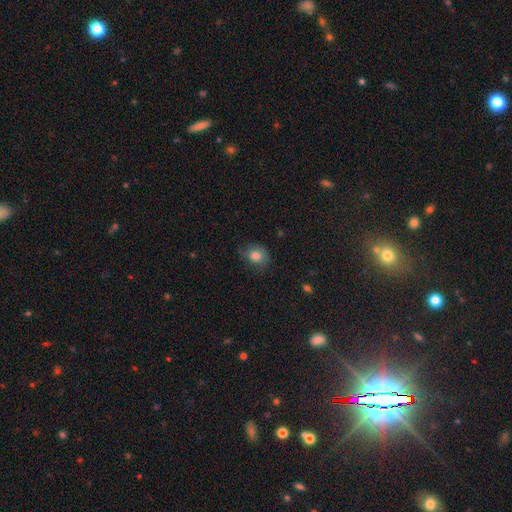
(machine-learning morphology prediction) The model was most divided on "how rounded": round: 55%, in between: 44%, cigar-shaped: 1%. More confident: smooth or featured — smooth (80%); merging — none (65%).